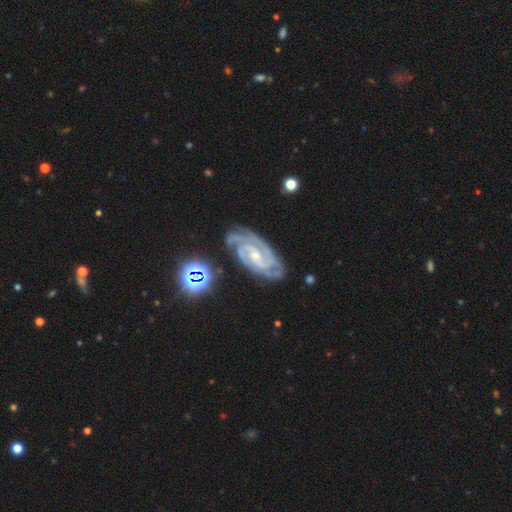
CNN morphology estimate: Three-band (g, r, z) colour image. It shows a featured or disk galaxy (90%) with no bar (46%), 2 (37%) tight (72%) spiral arms (99%) and a small central bulge (68%). Merging: none (73%).